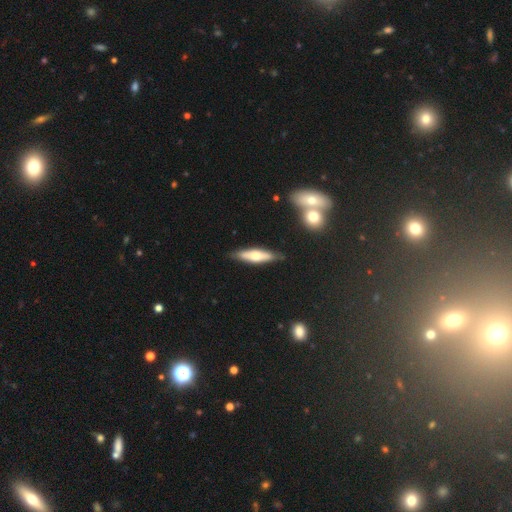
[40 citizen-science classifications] Smooth or featured? 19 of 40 (48%) said featured or disk. Edge-on disk? 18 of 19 (95%) said yes. Edge-on bulge? 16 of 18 (89%) said rounded. Merging? 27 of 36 (75%) said none.